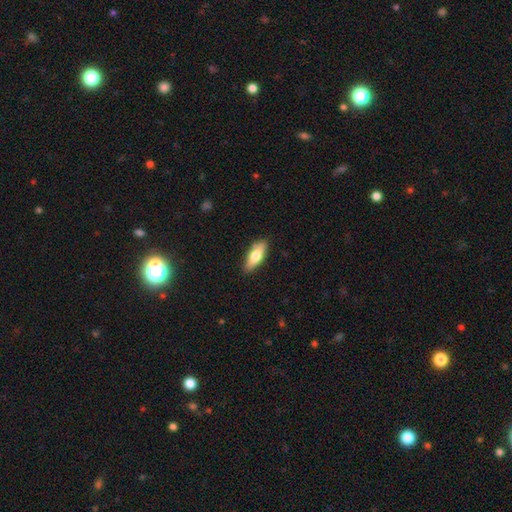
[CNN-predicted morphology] Smooth or featured?
  - smooth: 65% *
  - featured or disk: 29%
  - star or artifact: 6%
How rounded?
  - in between: 60% *
  - cigar-shaped: 37%
  - round: 3%
Merging?
  - none: 86% *
  - minor disturbance: 11%
  - major disturbance: 2%
  - merger: 1%